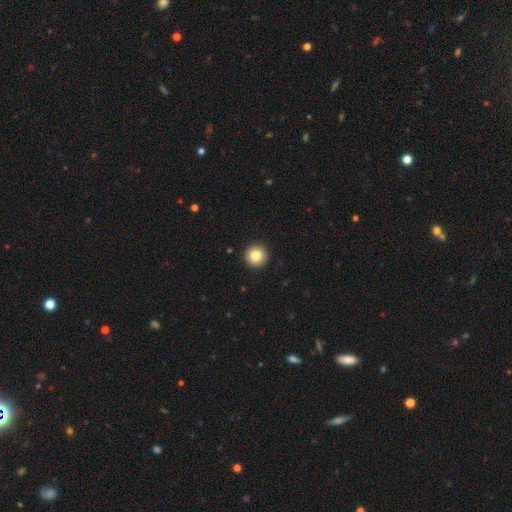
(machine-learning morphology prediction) Smooth or featured?
  - smooth: 84% *
  - star or artifact: 10%
  - featured or disk: 7%
How rounded?
  - round: 96% *
  - in between: 3%
  - cigar-shaped: 1%
Merging?
  - none: 94% *
  - minor disturbance: 4%
  - major disturbance: 1%
  - merger: 1%